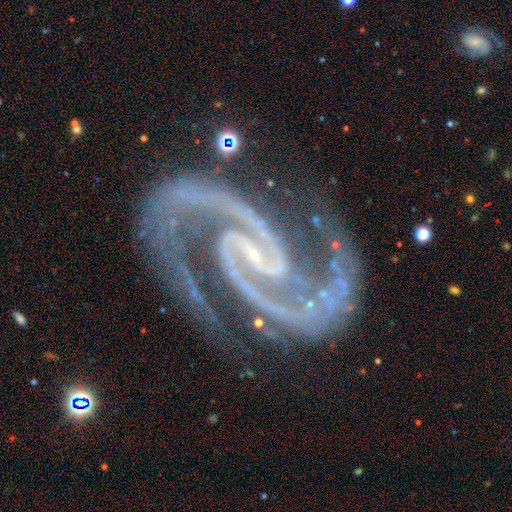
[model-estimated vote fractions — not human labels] Overall: featured or disk (95%). Edge-on disk: no (98%). Bar: weak (38%; strong 35%). Spiral arms: yes (99%). Spiral arm count: 2 (94%). Spiral winding: medium (61%; tight 29%). Bulge size: small (78%). Merging: none (70%).